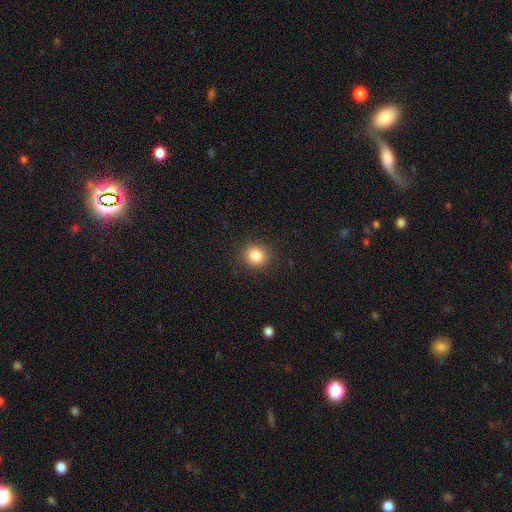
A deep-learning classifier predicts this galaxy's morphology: This is clearly a smooth galaxy (84%). How rounded: clearly round (87%). Merging: clearly none (90%).